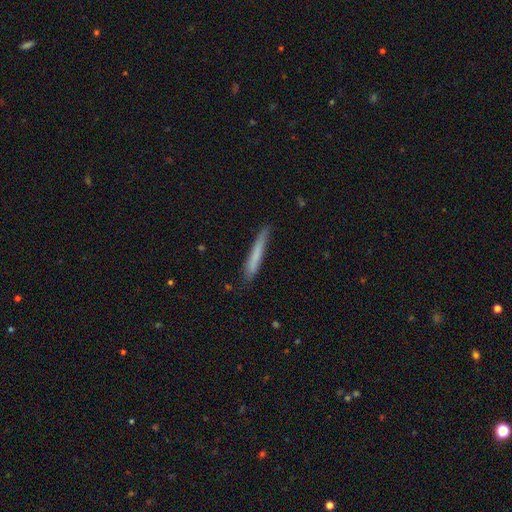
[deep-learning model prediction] This is likely a smooth galaxy (68%). How rounded: clearly cigar-shaped (96%). Merging: clearly none (82%).